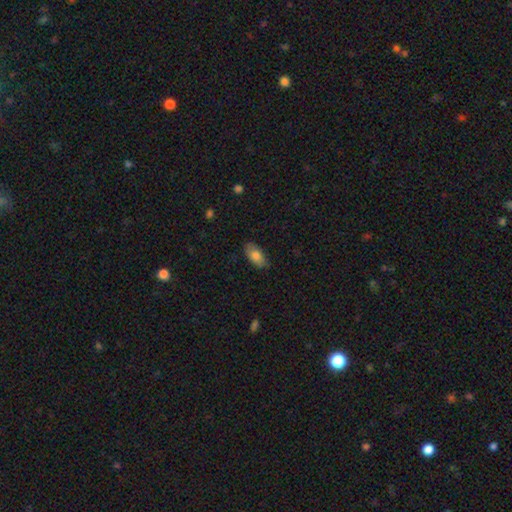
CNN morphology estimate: Overall: smooth (78%). How rounded: in between (92%). Merging: none (81%).